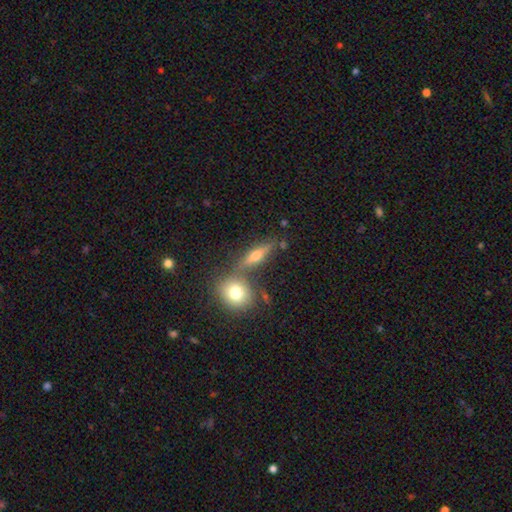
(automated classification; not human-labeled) Smooth or featured: featured or disk — 47% (smooth — 42%)
Merging: none — 68% (merger — 17%)